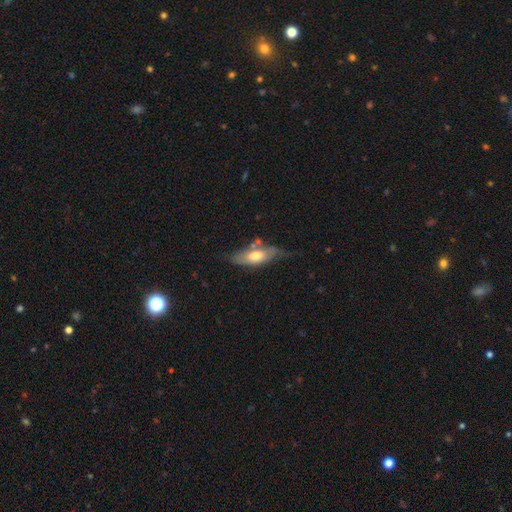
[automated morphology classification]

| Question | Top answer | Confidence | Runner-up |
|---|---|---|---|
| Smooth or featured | smooth | 57% | featured or disk (37%) |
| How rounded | in between | 72% | cigar-shaped (25%) |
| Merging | none | 50% | minor disturbance (29%) |